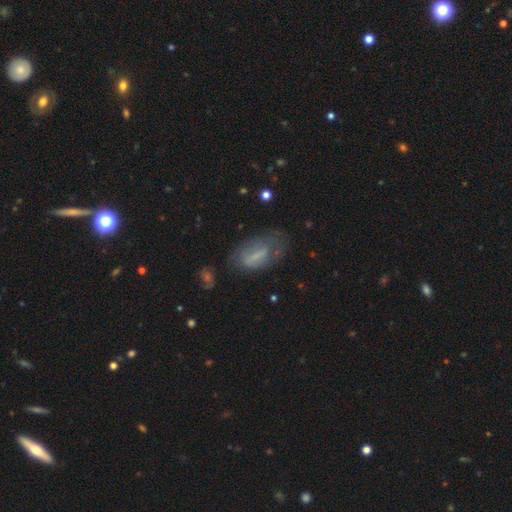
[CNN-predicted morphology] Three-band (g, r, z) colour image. It shows a smooth galaxy with no disk features (49%). Merging: none (50%).